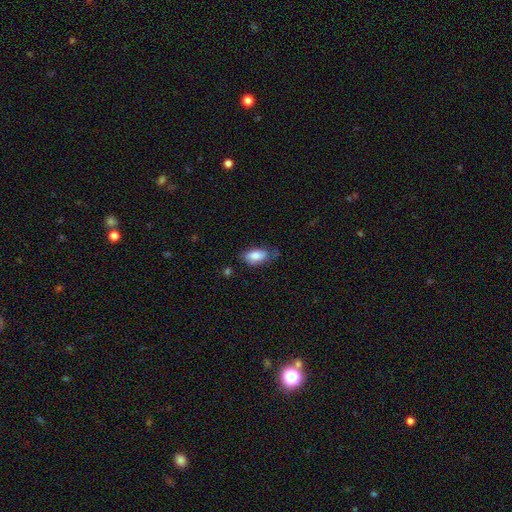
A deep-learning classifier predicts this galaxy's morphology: Overall: smooth (83%). How rounded: in between (91%). Merging: none (56%; minor disturbance 32%).